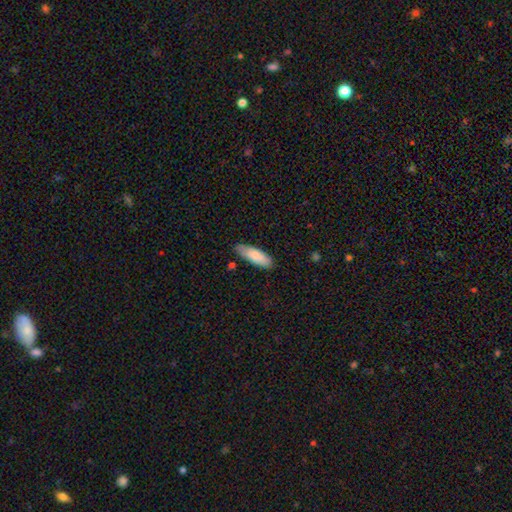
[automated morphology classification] A smooth galaxy with no disk features (80%) that is in between round and cigar-shaped (65%). Merging: none (76%).